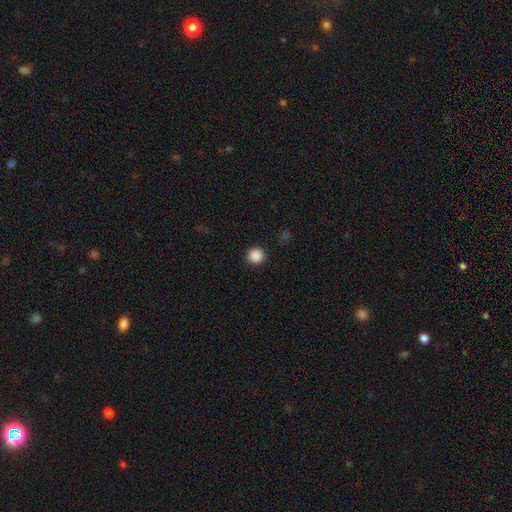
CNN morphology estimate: smooth-or-featured: smooth: 87% | star or artifact: 10% | featured or disk: 2%
  how-rounded: round: 95% | in between: 4% | cigar-shaped: 1%
  merging: none: 92% | minor disturbance: 5% | major disturbance: 2% | merger: 1%